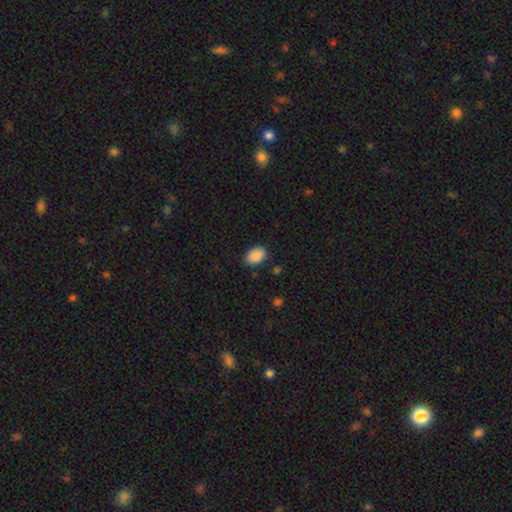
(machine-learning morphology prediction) A smooth galaxy with no disk features (90%) that is in between round and cigar-shaped (86%). Merging: none (83%).